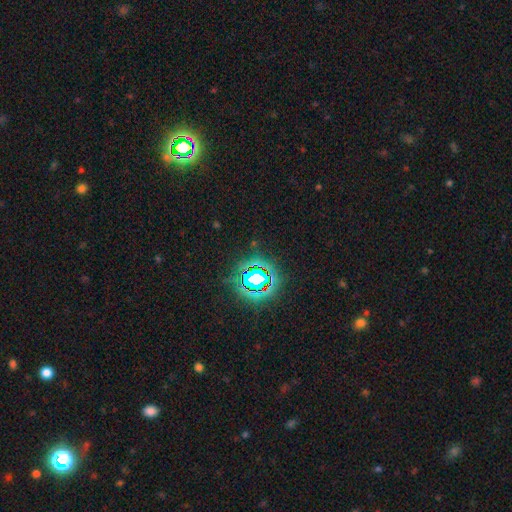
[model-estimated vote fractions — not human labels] star or artifact 77%, smooth 14%, featured or disk 9%.